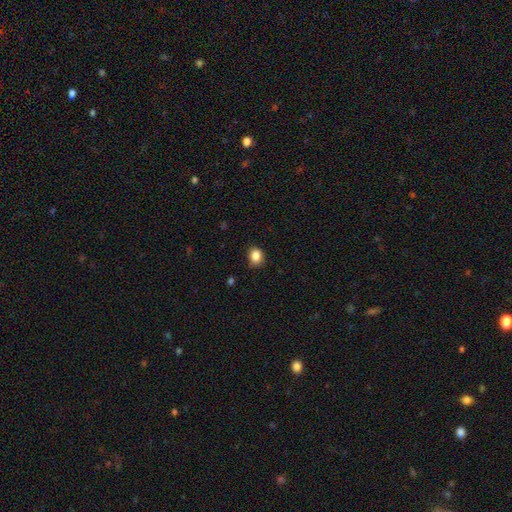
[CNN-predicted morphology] Smooth or featured? Predicted: smooth (p=0.86). How rounded? Predicted: round (p=0.54). Merging? Predicted: none (p=0.79).